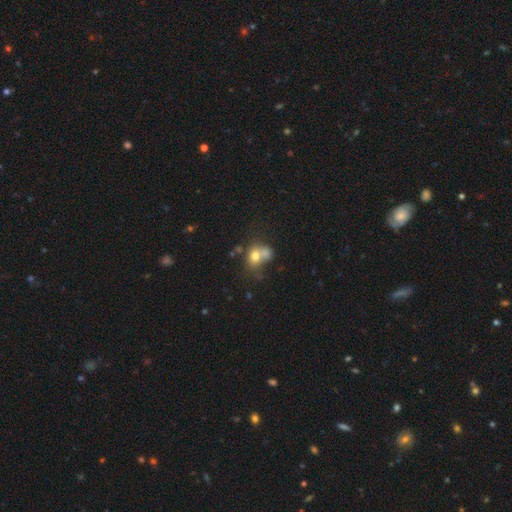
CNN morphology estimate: smooth 69%, featured or disk 18%, star or artifact 12%. Down the decision tree: how rounded — round (51%); merging — merger (49%).